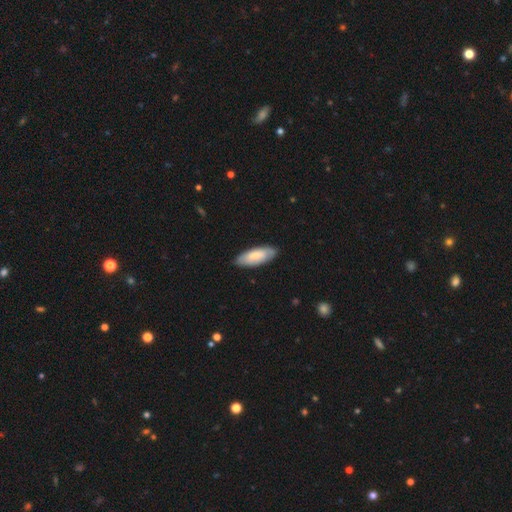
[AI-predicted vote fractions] Q: Smooth or featured?
A: smooth (74%); runner-up: featured or disk (21%)
Q: How rounded?
A: in between (75%); runner-up: cigar-shaped (24%)
Q: Merging?
A: none (83%); runner-up: minor disturbance (14%)